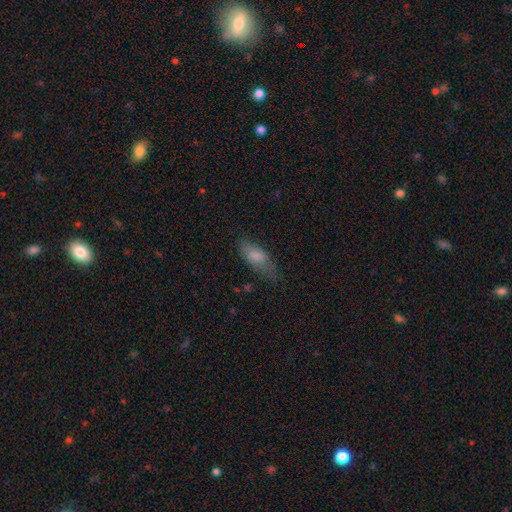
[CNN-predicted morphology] This appears to be a smooth galaxy with no disk features (76%) that is in between round and cigar-shaped (72%). Merging: none (58%).